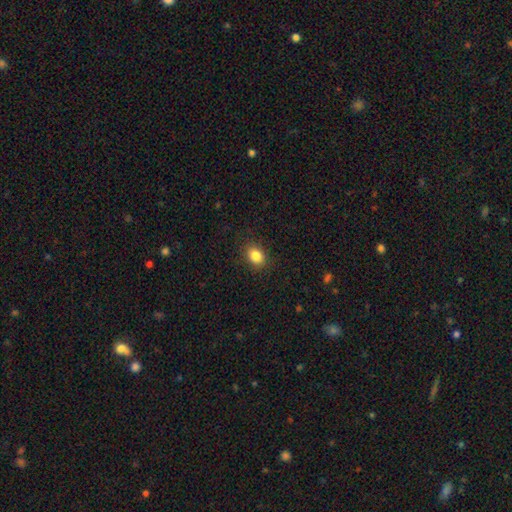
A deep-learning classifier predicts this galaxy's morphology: A smooth galaxy with no disk features (85%) that is in between round and cigar-shaped (55%). Merging: none (88%).